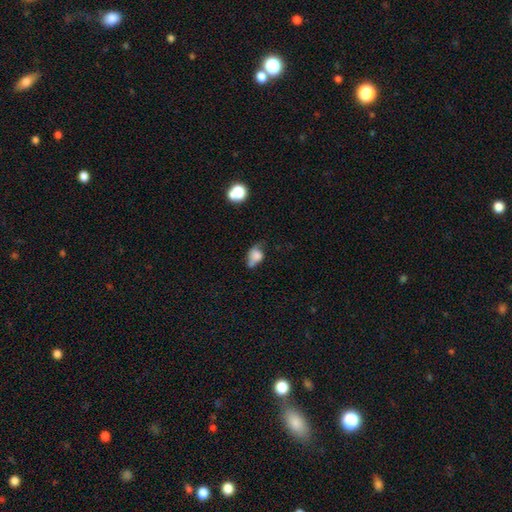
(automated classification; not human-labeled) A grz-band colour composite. It shows a smooth galaxy with no disk features (70%) that is in between round and cigar-shaped (58%). Merging: none (30%).